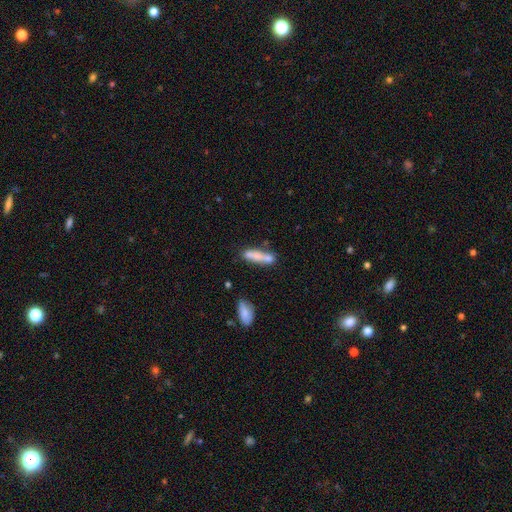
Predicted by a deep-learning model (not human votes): The model was most divided on "merging": none: 45%, merger: 28%, minor disturbance: 19%, major disturbance: 8%. More confident: how rounded — cigar-shaped (72%); smooth or featured — smooth (67%).